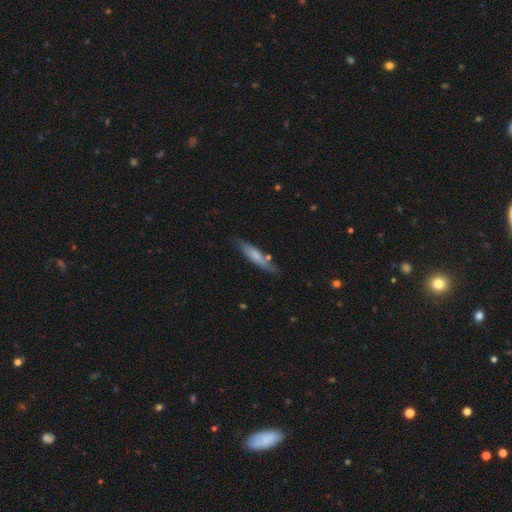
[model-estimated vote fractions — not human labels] Q: Smooth or featured?
A: smooth (67%); runner-up: featured or disk (27%)
Q: How rounded?
A: cigar-shaped (85%); runner-up: in between (13%)
Q: Merging?
A: none (75%); runner-up: minor disturbance (17%)